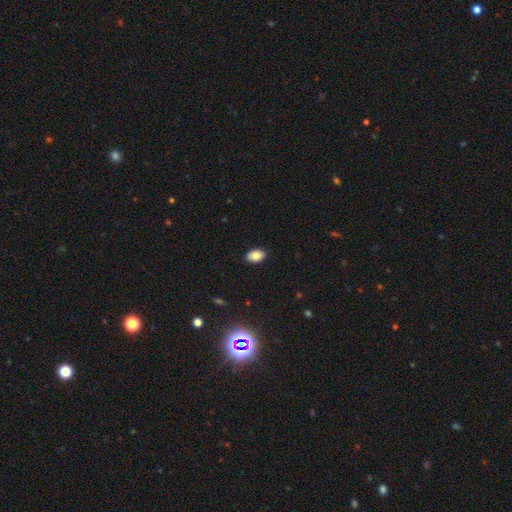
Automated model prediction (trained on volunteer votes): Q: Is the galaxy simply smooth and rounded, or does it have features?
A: smooth — 83%.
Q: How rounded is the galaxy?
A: in between — 86%.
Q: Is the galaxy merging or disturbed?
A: none — 89%.